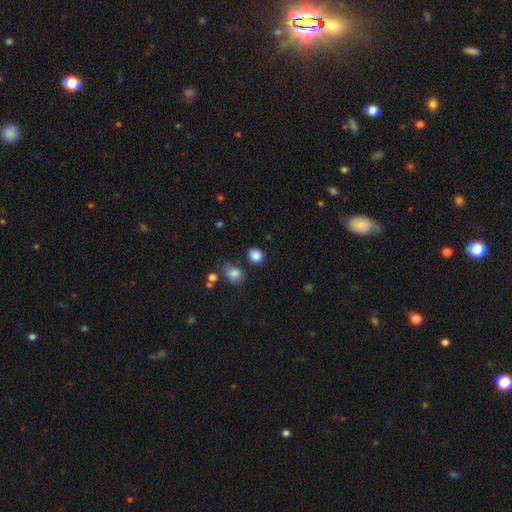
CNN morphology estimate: Q: Smooth or featured?
A: smooth (86%); runner-up: star or artifact (10%)
Q: How rounded?
A: round (60%); runner-up: in between (39%)
Q: Merging?
A: none (78%); runner-up: minor disturbance (13%)